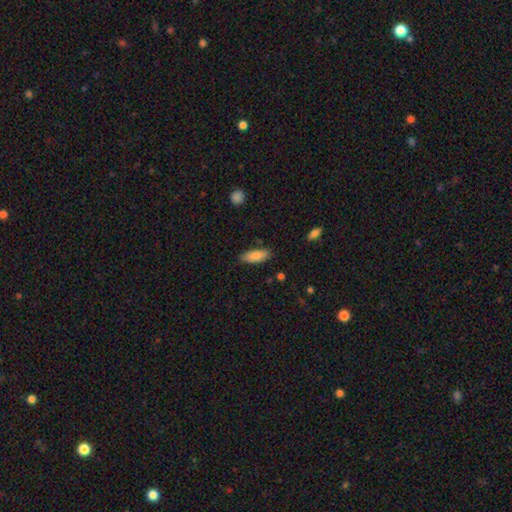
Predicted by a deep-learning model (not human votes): Smooth or featured? smooth (84%)
How rounded? in between (73%)
Merging? none (82%)